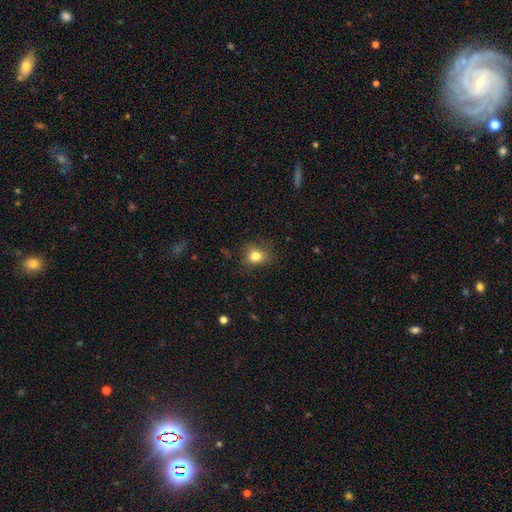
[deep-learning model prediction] Smooth or featured? Predicted: smooth (p=0.82). How rounded? Predicted: round (p=0.66). Merging? Predicted: none (p=0.79).